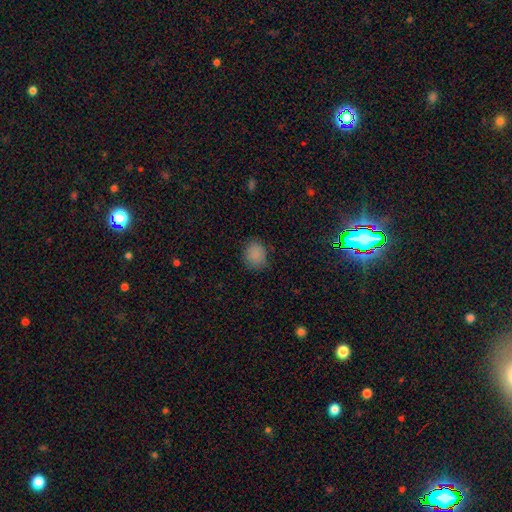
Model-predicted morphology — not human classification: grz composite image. It shows a smooth galaxy with no disk features (85%) that is round (68%). Merging: none (79%).